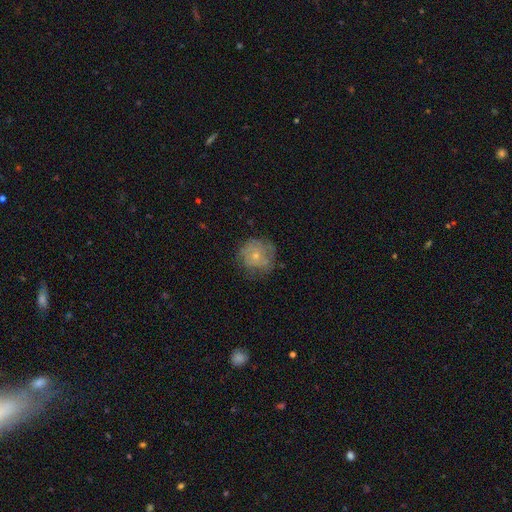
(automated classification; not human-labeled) A smooth galaxy with no disk features (55%) that is round (87%). Merging: none (60%).